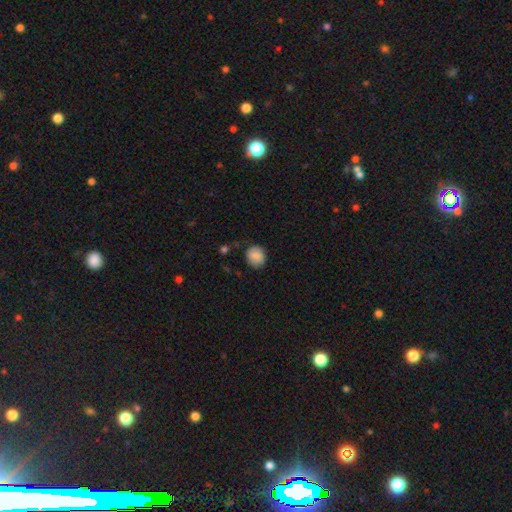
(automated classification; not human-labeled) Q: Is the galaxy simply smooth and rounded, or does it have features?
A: smooth — 85%.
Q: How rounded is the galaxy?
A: round — 72%.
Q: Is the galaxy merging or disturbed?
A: none — 82%.